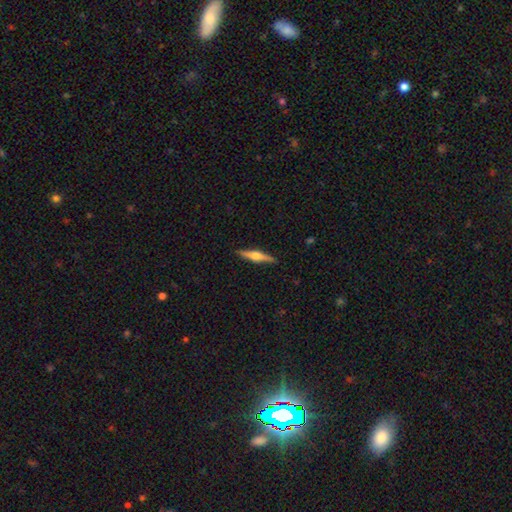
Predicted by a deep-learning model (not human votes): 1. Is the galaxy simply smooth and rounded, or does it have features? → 69% featured or disk, 26% smooth, 5% star or artifact.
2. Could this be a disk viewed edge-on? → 98% yes, 2% no.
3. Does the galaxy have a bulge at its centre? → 92% rounded, 5% boxy, 3% none.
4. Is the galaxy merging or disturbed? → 91% none, 7% minor disturbance, 1% major disturbance, 1% merger.